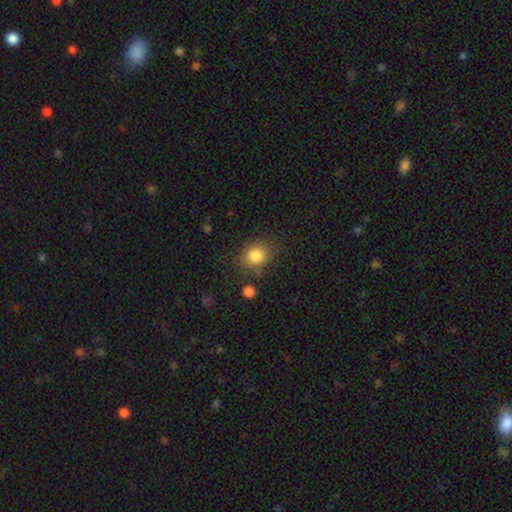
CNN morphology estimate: A smooth galaxy with no disk features (84%) that is round (67%).

Vote fractions:
- Smooth or featured? smooth: 84% / star or artifact: 10% / featured or disk: 6%
- How rounded? round: 67% / in between: 32% / cigar-shaped: 1%
- Merging? none: 77% / minor disturbance: 14% / major disturbance: 5% / merger: 4%